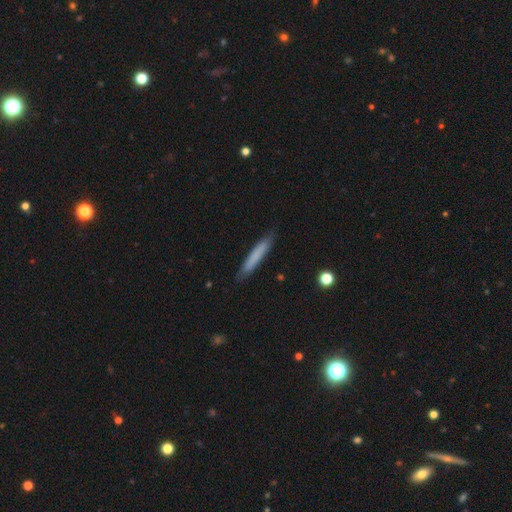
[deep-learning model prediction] A smooth galaxy with no disk features (73%) that is cigar-shaped (94%).

Vote fractions:
- Smooth or featured? smooth: 73% / featured or disk: 21% / star or artifact: 6%
- How rounded? cigar-shaped: 94% / in between: 5% / round: 1%
- Merging? none: 86% / minor disturbance: 11% / major disturbance: 2% / merger: 1%